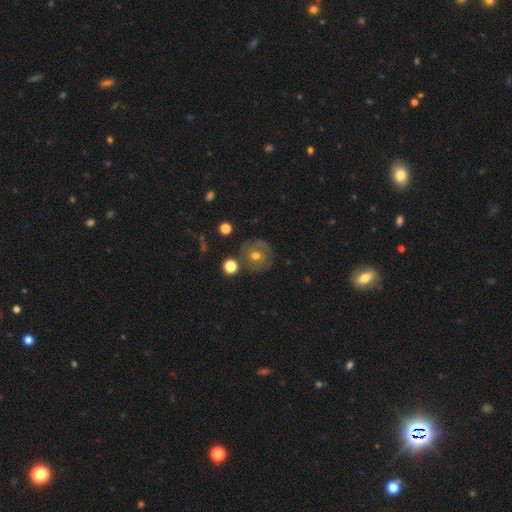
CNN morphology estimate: The model was most divided on "smooth or featured": featured or disk: 48%, smooth: 41%, star or artifact: 11%. More confident: merging — none (76%).